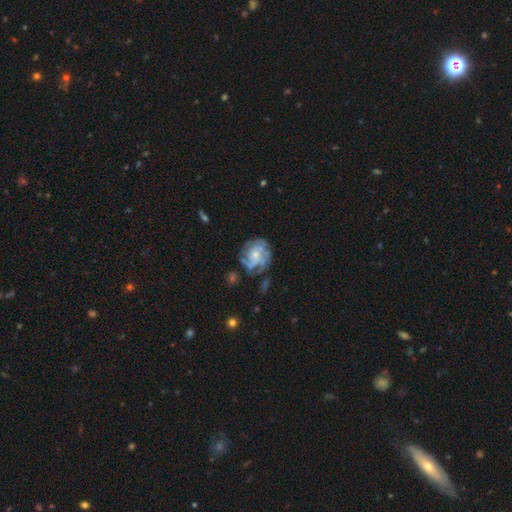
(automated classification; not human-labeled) Smooth or featured? Predicted: featured or disk (p=0.77). Edge-on disk? Predicted: no (p=0.98). Bar? Predicted: no (p=0.77). Spiral arms? Predicted: yes (p=0.90). Spiral winding? Predicted: tight (p=0.53). Spiral arm count? Predicted: can't tell (p=0.33). Bulge size? Predicted: small (p=0.55). Merging? Predicted: none (p=0.61).